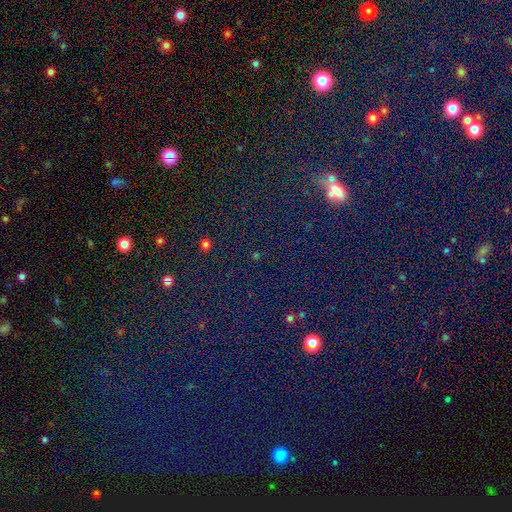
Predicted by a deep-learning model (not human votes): Smooth or featured: star or artifact — 72% (smooth — 18%)